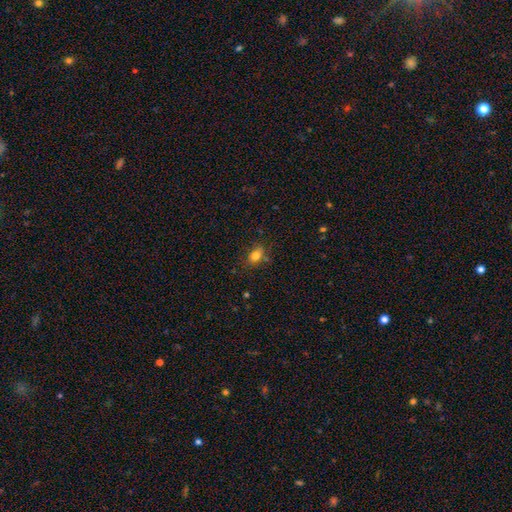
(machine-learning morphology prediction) The model was most divided on "how rounded": in between: 77%, round: 20%, cigar-shaped: 3%. More confident: smooth or featured — smooth (78%); merging — none (75%).